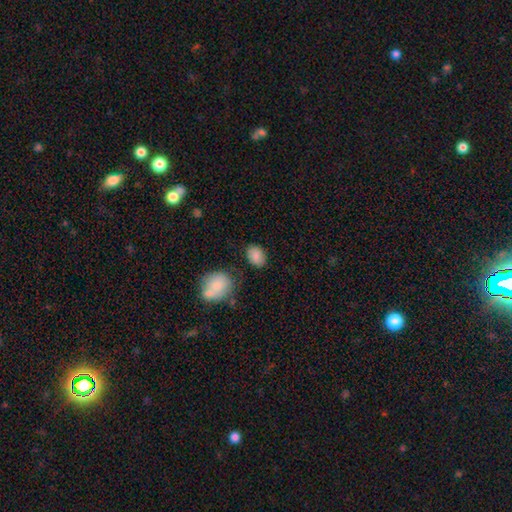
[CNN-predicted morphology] Overall: smooth (86%). How rounded: in between (72%). Merging: none (75%).